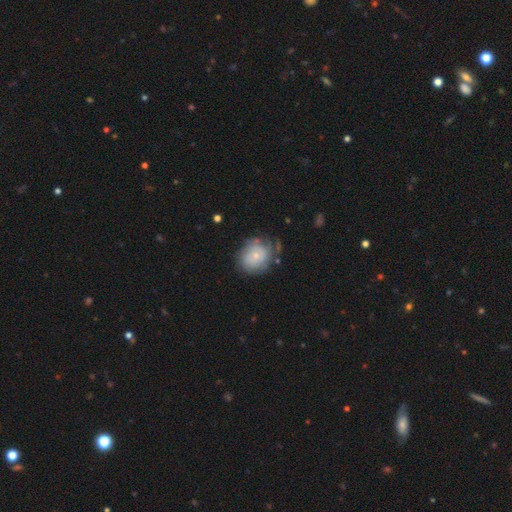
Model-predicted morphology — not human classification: This appears to be a smooth galaxy with no disk features (48%). Merging: none (54%).